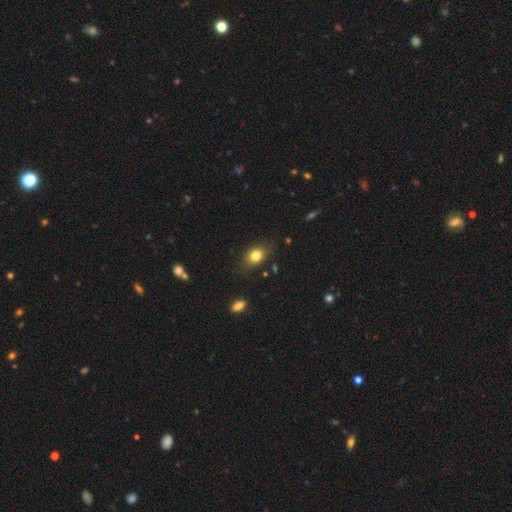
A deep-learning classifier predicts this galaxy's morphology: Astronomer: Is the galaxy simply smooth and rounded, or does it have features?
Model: smooth — 81%.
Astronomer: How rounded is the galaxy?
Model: in between — 70%.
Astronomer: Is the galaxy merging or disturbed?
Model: none — 79%.